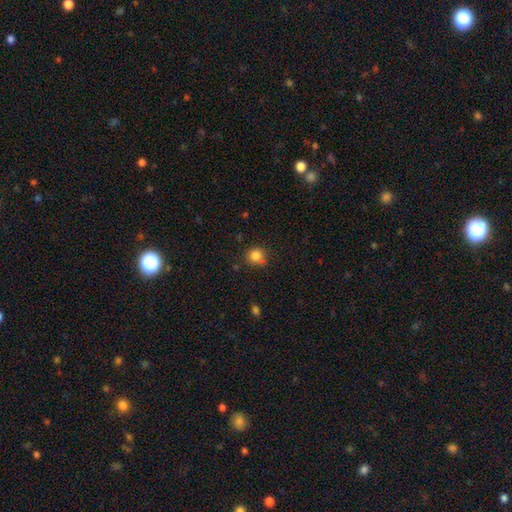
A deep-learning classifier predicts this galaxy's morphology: Smooth or featured? smooth (83%)
How rounded? round (87%)
Merging? none (69%)